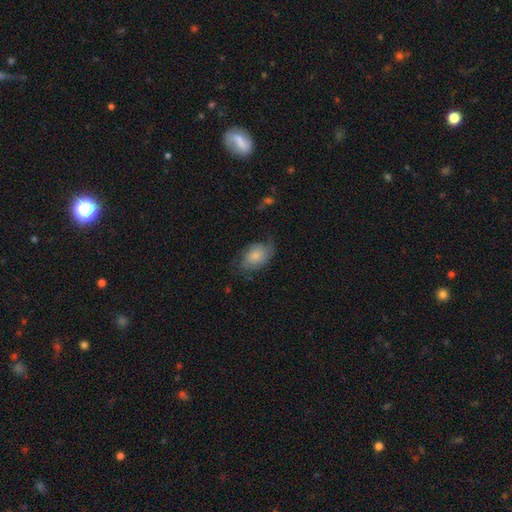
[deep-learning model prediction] Smooth or featured?
  - smooth: 64% *
  - featured or disk: 29%
  - star or artifact: 7%
How rounded?
  - in between: 85% *
  - round: 14%
  - cigar-shaped: 1%
Merging?
  - none: 49% *
  - minor disturbance: 32%
  - major disturbance: 18%
  - merger: 2%